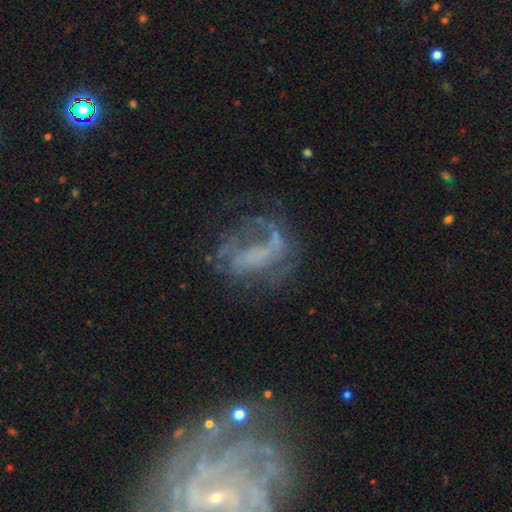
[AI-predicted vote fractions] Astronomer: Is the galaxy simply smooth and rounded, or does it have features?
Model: featured or disk — 63%.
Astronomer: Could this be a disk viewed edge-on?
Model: no — 96%.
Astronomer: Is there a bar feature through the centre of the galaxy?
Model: no — 56%.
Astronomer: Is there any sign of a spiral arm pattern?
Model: yes — 53% (runner-up: no, 47%).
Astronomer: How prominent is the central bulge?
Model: none — 70%.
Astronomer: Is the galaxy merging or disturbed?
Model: none — 39% (runner-up: major disturbance, 35%).